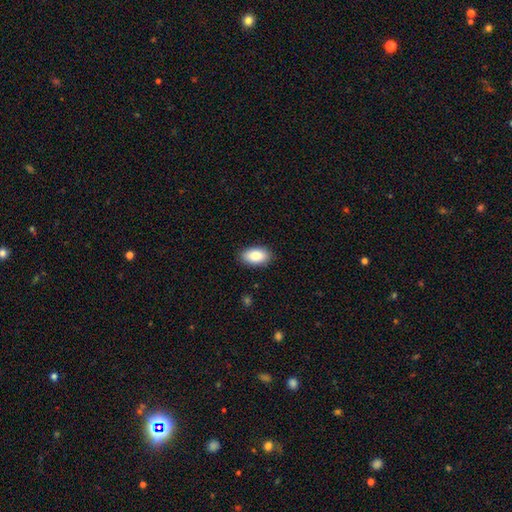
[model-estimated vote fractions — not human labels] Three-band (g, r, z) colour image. It shows a smooth galaxy with no disk features (88%) that is in between round and cigar-shaped (95%). Merging: none (89%).